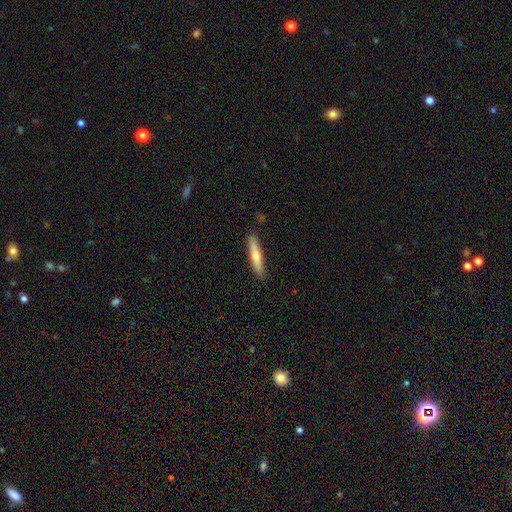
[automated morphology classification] Smooth or featured?
  - smooth: 58% *
  - featured or disk: 36%
  - star or artifact: 6%
How rounded?
  - cigar-shaped: 91% *
  - in between: 8%
  - round: 1%
Merging?
  - none: 88% *
  - minor disturbance: 9%
  - major disturbance: 2%
  - merger: 1%